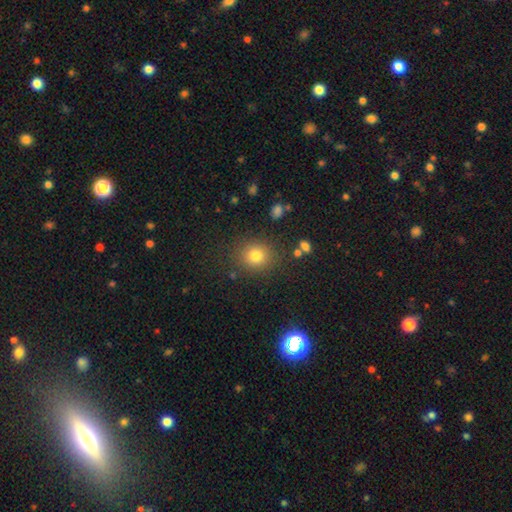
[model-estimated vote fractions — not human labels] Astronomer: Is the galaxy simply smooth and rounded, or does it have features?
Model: smooth — 79%.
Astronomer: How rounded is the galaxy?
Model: round — 82%.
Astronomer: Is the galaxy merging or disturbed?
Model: none — 85%.